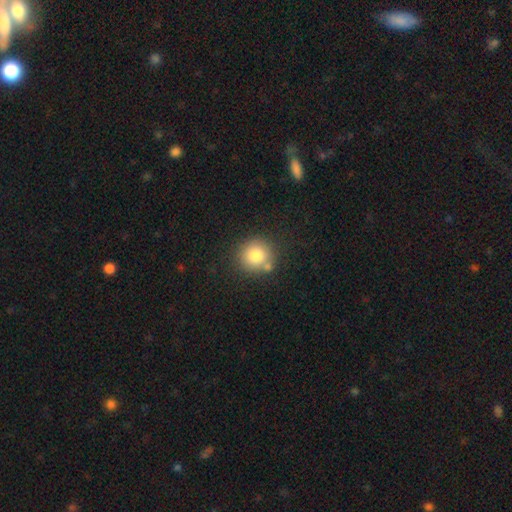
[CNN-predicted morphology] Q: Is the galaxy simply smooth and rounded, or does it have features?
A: smooth — 80%.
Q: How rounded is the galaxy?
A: round — 90%.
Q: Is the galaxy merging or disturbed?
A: none — 71%.